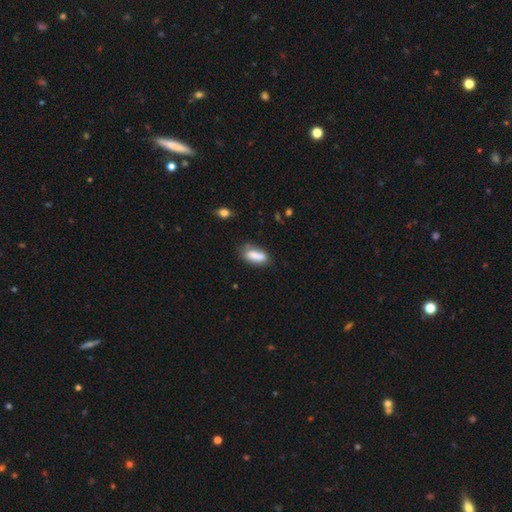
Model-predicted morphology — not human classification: smooth_or_featured: smooth (p=0.80) [alt: featured or disk p=0.12]
how_rounded: in between (p=0.74) [alt: cigar-shaped p=0.23]
merging: none (p=0.58) [alt: minor disturbance p=0.25]